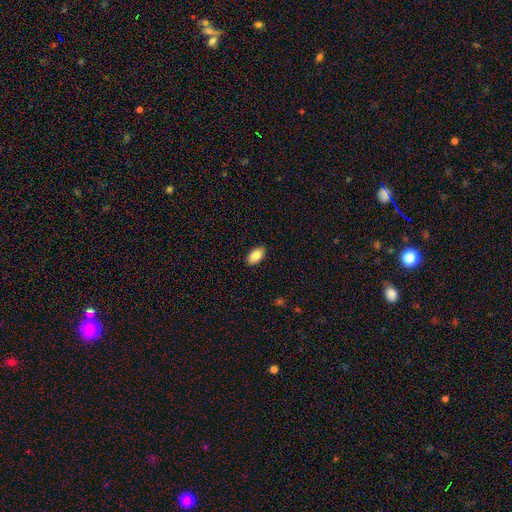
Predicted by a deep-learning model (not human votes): smooth 85%, featured or disk 8%, star or artifact 7%. Down the decision tree: how rounded — in between (94%); merging — none (89%).